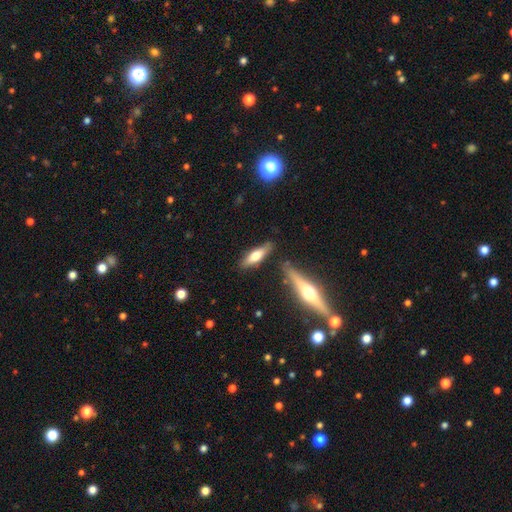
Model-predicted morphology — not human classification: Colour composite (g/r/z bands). It shows a smooth galaxy with no disk features (55%) that is cigar-shaped (61%). Merging: none (77%).